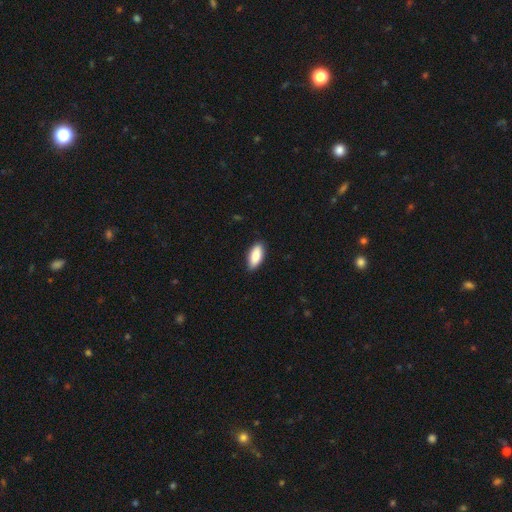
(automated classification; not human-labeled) smooth-or-featured: smooth: 87% | featured or disk: 7% | star or artifact: 6%
  how-rounded: in between: 87% | cigar-shaped: 11% | round: 2%
  merging: none: 86% | minor disturbance: 11% | major disturbance: 2% | merger: 1%